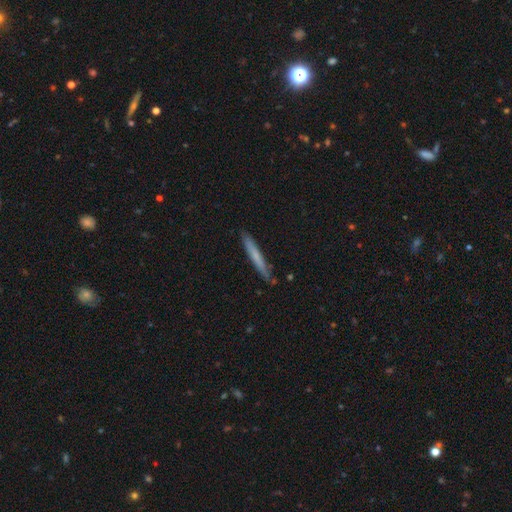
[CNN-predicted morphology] Smooth or featured? Predicted: smooth (p=0.64). How rounded? Predicted: cigar-shaped (p=0.96). Merging? Predicted: none (p=0.86).